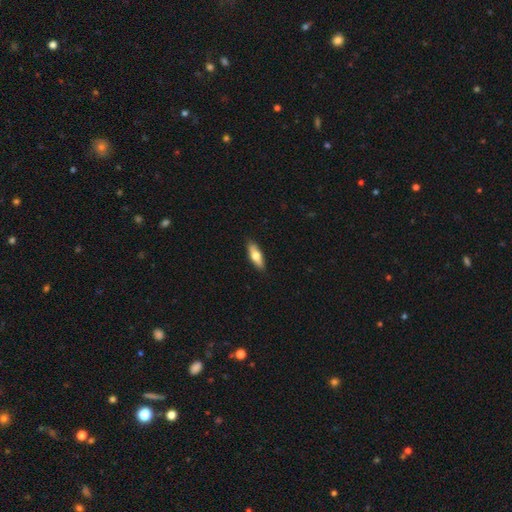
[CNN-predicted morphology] Smooth or featured: smooth — 65% (featured or disk — 29%)
How rounded: in between — 55% (cigar-shaped — 42%)
Merging: none — 89% (minor disturbance — 8%)